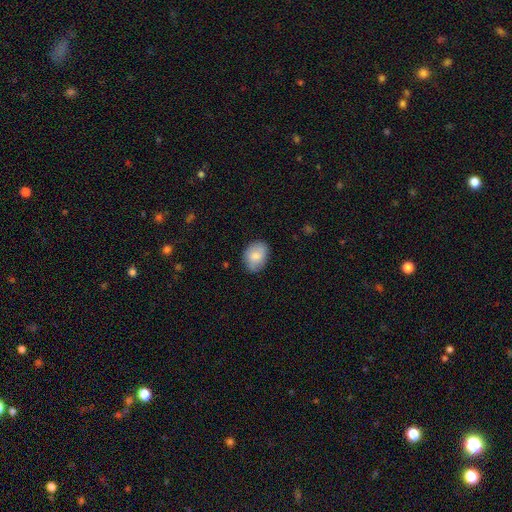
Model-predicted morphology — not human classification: The model was most divided on "how rounded": in between: 69%, round: 30%, cigar-shaped: 1%. More confident: smooth or featured — smooth (82%); merging — none (78%).